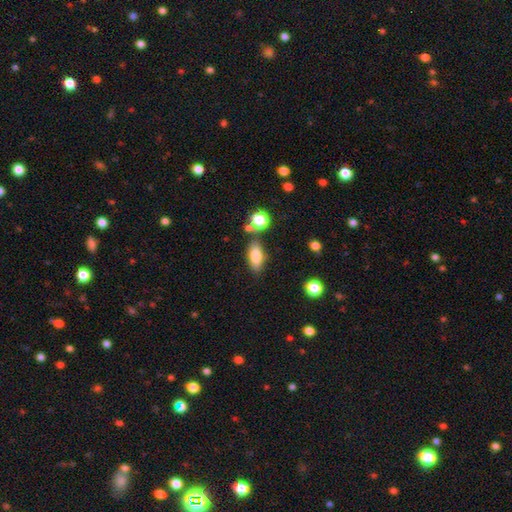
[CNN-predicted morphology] A smooth galaxy with no disk features (80%) that is in between round and cigar-shaped (82%).

Vote fractions:
- Smooth or featured? smooth: 80% / featured or disk: 11% / star or artifact: 8%
- How rounded? in between: 82% / cigar-shaped: 14% / round: 4%
- Merging? none: 74% / minor disturbance: 14% / merger: 8% / major disturbance: 4%